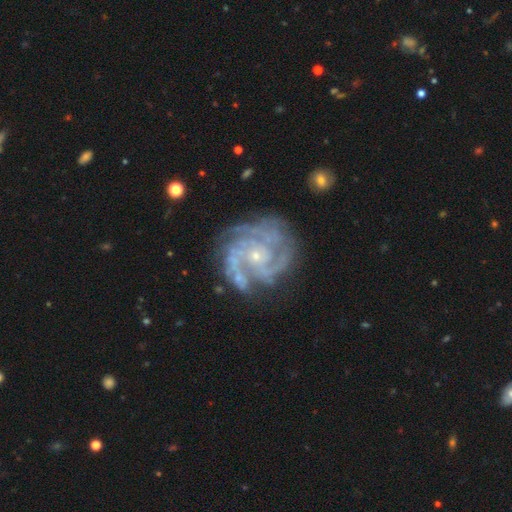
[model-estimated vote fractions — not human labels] Smooth or featured? Predicted: featured or disk (p=0.90). Edge-on disk? Predicted: no (p=0.98). Bar? Predicted: no (p=0.74). Spiral arms? Predicted: yes (p=0.98). Spiral winding? Predicted: tight (p=0.65). Spiral arm count? Predicted: 3 (p=0.32). Bulge size? Predicted: small (p=0.82). Merging? Predicted: none (p=0.68).